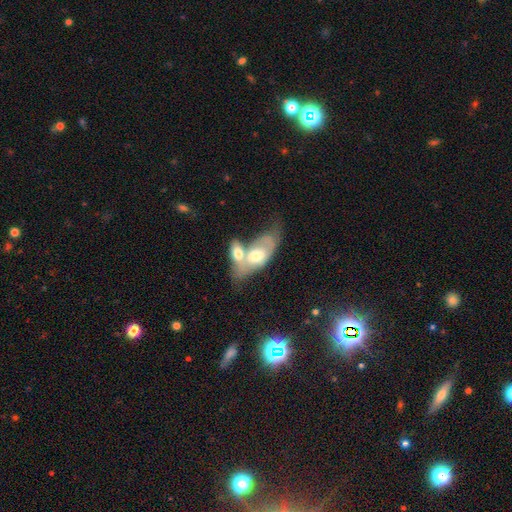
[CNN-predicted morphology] smooth 54%, featured or disk 41%, star or artifact 6%. Down the decision tree: how rounded — in between (85%); merging — merger (65%).